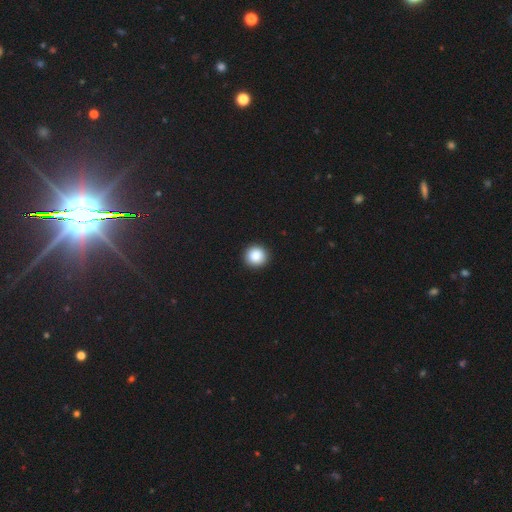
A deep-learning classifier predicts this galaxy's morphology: A smooth galaxy with no disk features (87%) that is round (94%).

Vote fractions:
- Smooth or featured? smooth: 87% / star or artifact: 9% / featured or disk: 4%
- How rounded? round: 94% / in between: 5% / cigar-shaped: 1%
- Merging? none: 93% / minor disturbance: 5% / major disturbance: 1% / merger: 1%